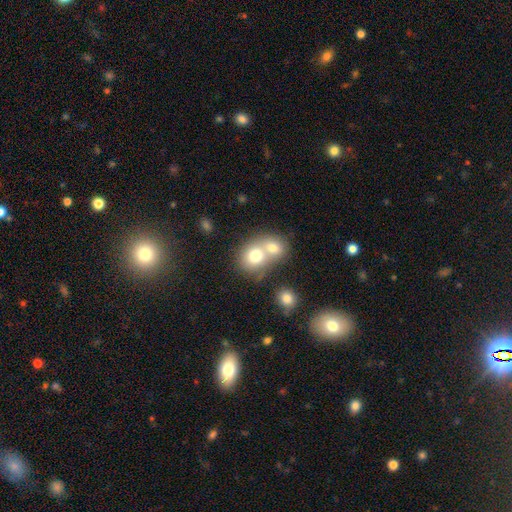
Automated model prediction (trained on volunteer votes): The model was most divided on "how rounded": round: 65%, in between: 34%, cigar-shaped: 1%. More confident: smooth or featured — smooth (72%); merging — merger (66%).